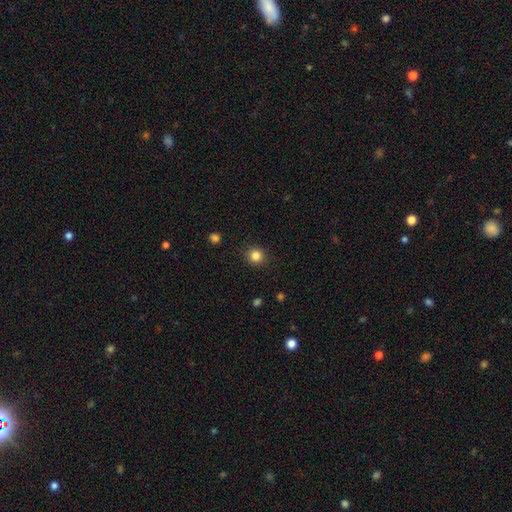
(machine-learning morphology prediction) This is clearly a smooth galaxy (84%). How rounded: clearly round (92%). Merging: clearly none (91%).